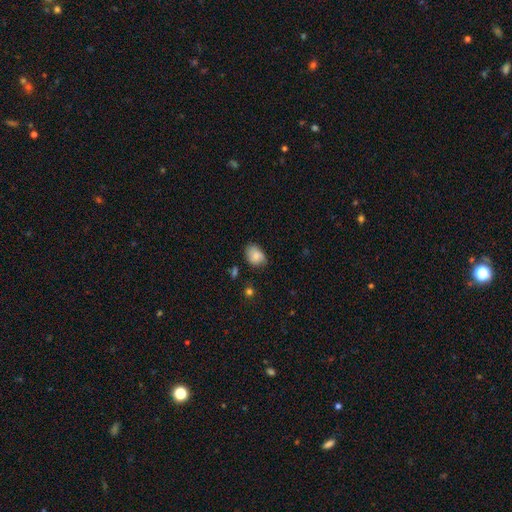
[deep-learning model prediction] Smooth or featured?
  - smooth: 79% *
  - featured or disk: 12%
  - star or artifact: 8%
How rounded?
  - in between: 72% *
  - round: 26%
  - cigar-shaped: 1%
Merging?
  - none: 62% *
  - minor disturbance: 31%
  - major disturbance: 5%
  - merger: 2%